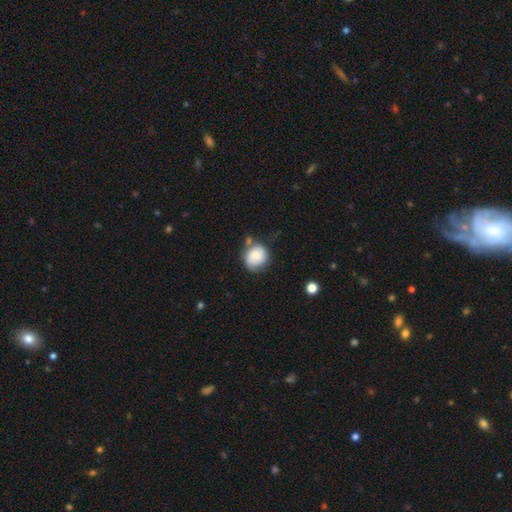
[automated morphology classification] Smooth or featured? Predicted: smooth (p=0.68). How rounded? Predicted: round (p=0.80). Merging? Predicted: none (p=0.59).